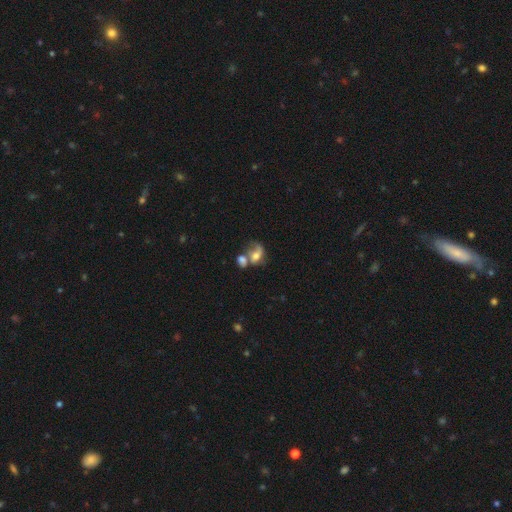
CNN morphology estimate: A smooth galaxy with no disk features (48%).

Vote fractions:
- Smooth or featured? smooth: 48% / featured or disk: 41% / star or artifact: 12%
- Merging? merger: 53% / none: 21% / major disturbance: 14% / minor disturbance: 12%